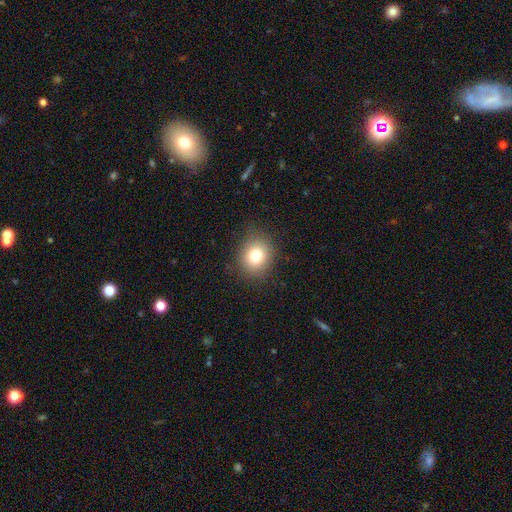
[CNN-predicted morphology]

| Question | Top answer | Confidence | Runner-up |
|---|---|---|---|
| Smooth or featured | smooth | 77% | star or artifact (13%) |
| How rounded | round | 75% | in between (24%) |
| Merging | none | 85% | minor disturbance (11%) |